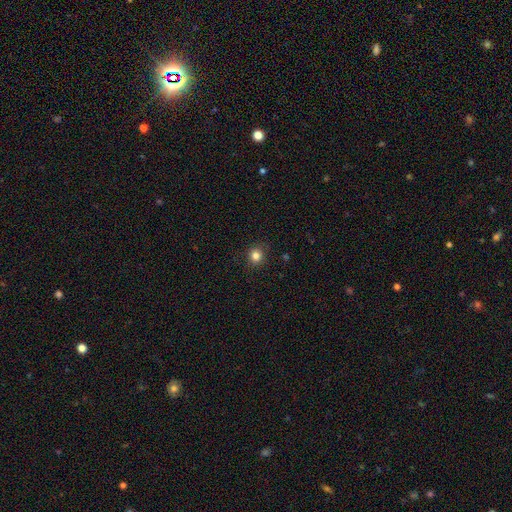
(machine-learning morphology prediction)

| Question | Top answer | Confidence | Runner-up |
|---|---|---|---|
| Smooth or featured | smooth | 83% | star or artifact (12%) |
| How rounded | round | 90% | in between (9%) |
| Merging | none | 90% | minor disturbance (7%) |